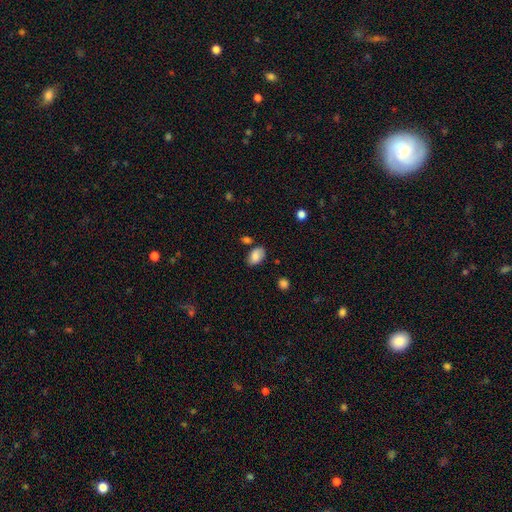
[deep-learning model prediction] Smooth or featured: smooth — 79% (featured or disk — 13%)
How rounded: in between — 89% (round — 10%)
Merging: none — 71% (minor disturbance — 18%)